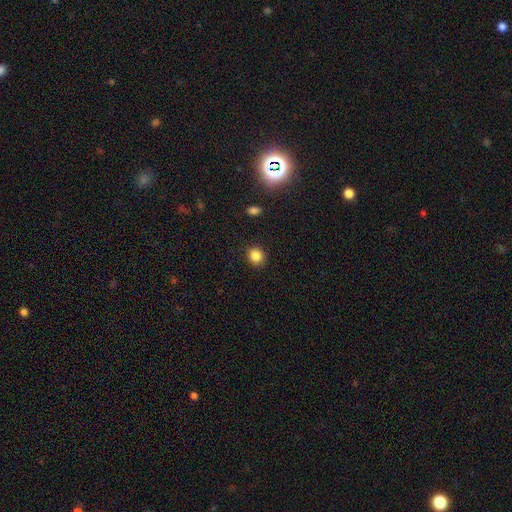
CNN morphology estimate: Overall: smooth (84%). How rounded: round (75%). Merging: none (89%).